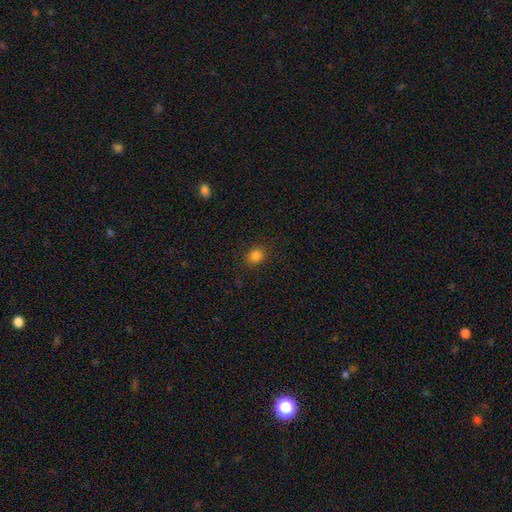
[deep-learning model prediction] Q: Smooth or featured?
A: smooth (83%); runner-up: star or artifact (13%)
Q: How rounded?
A: round (71%); runner-up: in between (28%)
Q: Merging?
A: none (87%); runner-up: minor disturbance (9%)